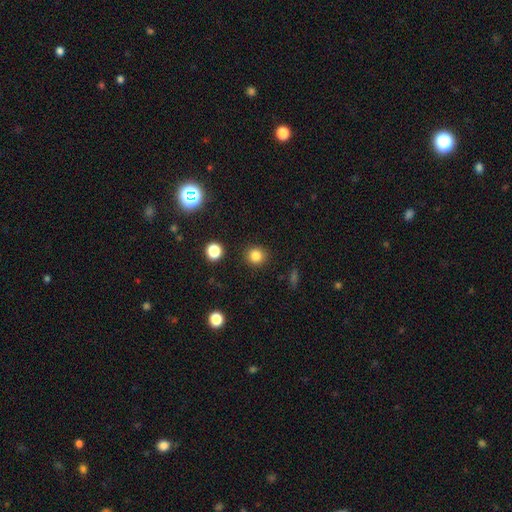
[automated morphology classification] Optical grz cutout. It shows a smooth galaxy with no disk features (82%) that is round (91%). Merging: none (90%).